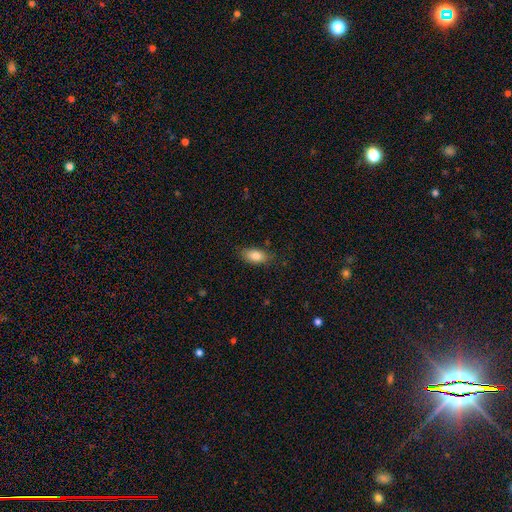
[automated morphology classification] smooth-or-featured: smooth: 84% | featured or disk: 8% | star or artifact: 8%
  how-rounded: in between: 89% | cigar-shaped: 5% | round: 5%
  merging: none: 78% | minor disturbance: 17% | major disturbance: 4% | merger: 1%